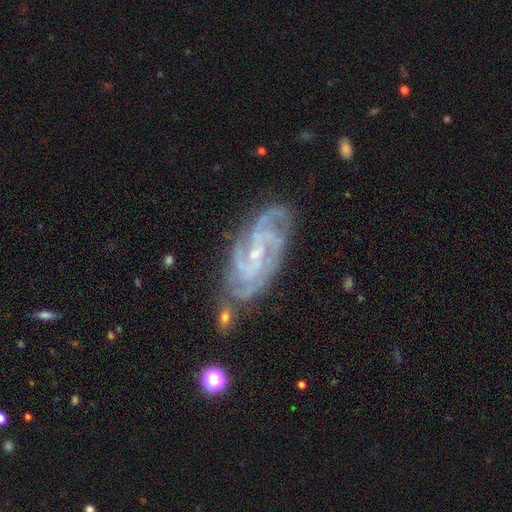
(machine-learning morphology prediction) type=featured or disk (91%); edge-on=no (96%); bar=no (44%); spiral arms=yes (99%); winding=tight (63%); arm count=3 (33%); bulge=small (78%); merging=none (74%).